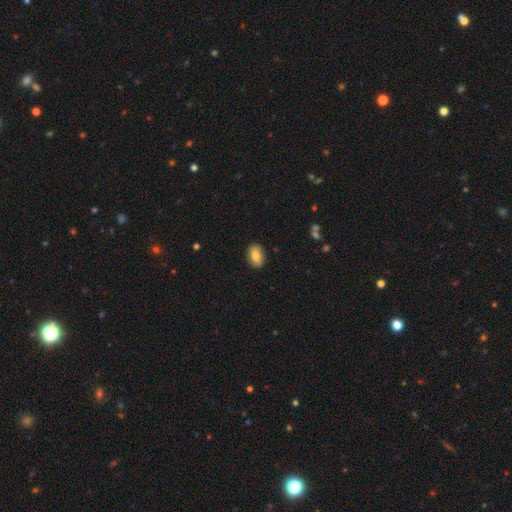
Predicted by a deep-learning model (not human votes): smooth_or_featured: smooth (p=0.77) [alt: featured or disk p=0.16]
how_rounded: in between (p=0.87) [alt: round p=0.09]
merging: none (p=0.86) [alt: minor disturbance p=0.10]